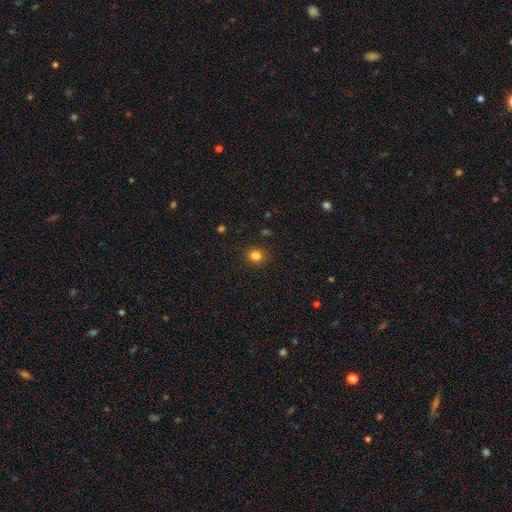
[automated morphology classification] smooth-or-featured: smooth: 82% | star or artifact: 13% | featured or disk: 5%
  how-rounded: round: 84% | in between: 16% | cigar-shaped: 1%
  merging: none: 90% | minor disturbance: 7% | major disturbance: 2% | merger: 1%